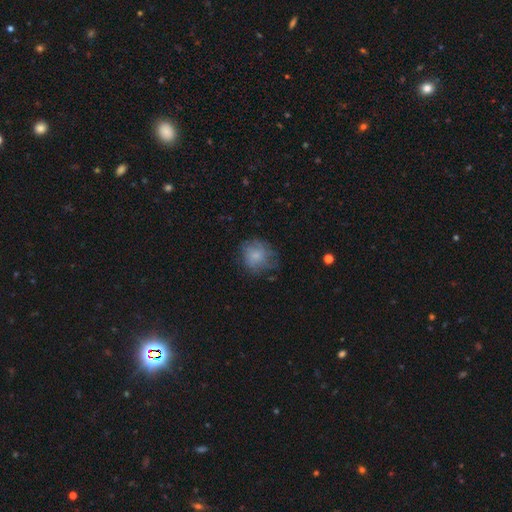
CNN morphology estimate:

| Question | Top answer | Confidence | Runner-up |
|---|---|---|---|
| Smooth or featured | smooth | 67% | featured or disk (23%) |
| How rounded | round | 78% | in between (21%) |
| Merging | none | 55% | minor disturbance (26%) |